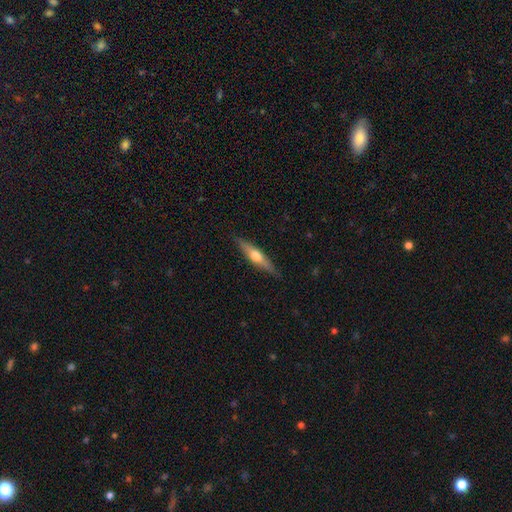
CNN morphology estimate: Smooth or featured: featured or disk — 60% (smooth — 35%)
Edge-on disk: yes — 95% (no — 5%)
Edge-on bulge: rounded — 93% (boxy — 4%)
Merging: none — 88% (minor disturbance — 9%)